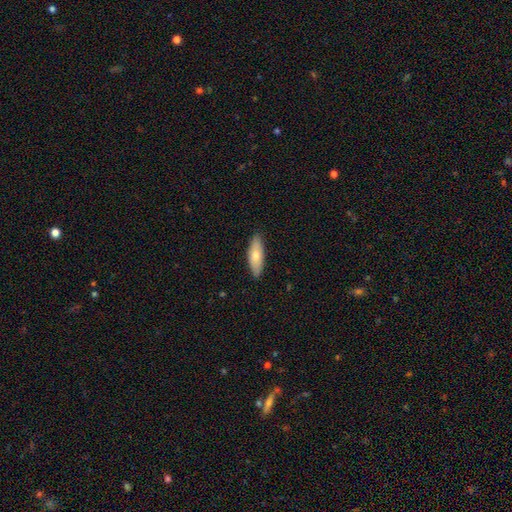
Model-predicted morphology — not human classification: This is likely a smooth galaxy (70%). How rounded: likely in between (61%). Merging: clearly none (88%).